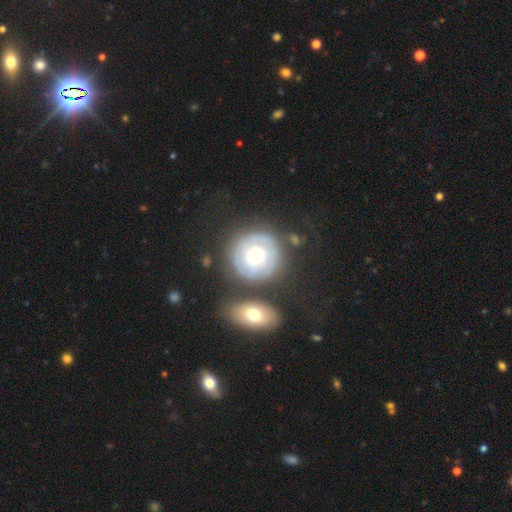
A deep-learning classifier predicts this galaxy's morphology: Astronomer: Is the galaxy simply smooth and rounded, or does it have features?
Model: featured or disk — 65%.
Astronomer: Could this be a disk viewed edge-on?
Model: no — 97%.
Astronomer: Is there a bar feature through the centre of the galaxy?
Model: no — 83%.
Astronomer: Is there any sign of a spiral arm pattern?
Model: yes — 73%.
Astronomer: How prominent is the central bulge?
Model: moderate — 57% (runner-up: small, 33%).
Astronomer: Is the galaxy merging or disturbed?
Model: none — 67%.